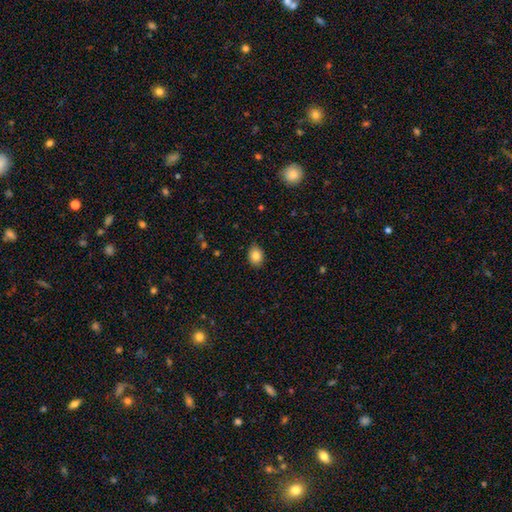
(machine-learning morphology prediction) Smooth or featured? Predicted: smooth (p=0.83). How rounded? Predicted: in between (p=0.65). Merging? Predicted: none (p=0.85).